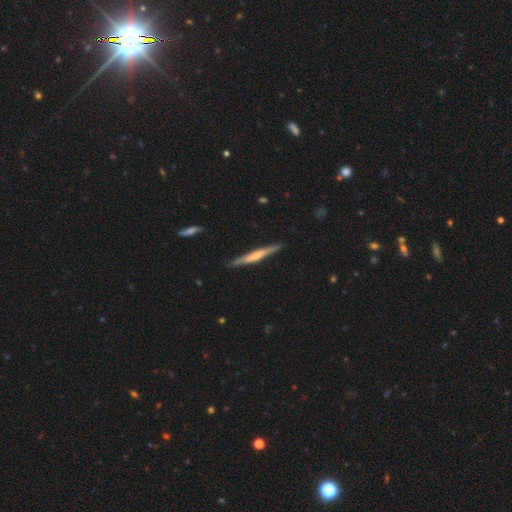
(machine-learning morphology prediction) Smooth or featured? Predicted: featured or disk (p=0.55). Edge-on disk? Predicted: yes (p=0.95). Edge-on bulge? Predicted: none (p=0.39). Merging? Predicted: none (p=0.84).